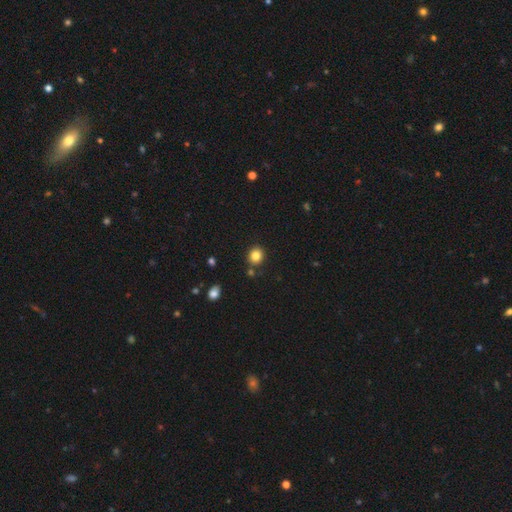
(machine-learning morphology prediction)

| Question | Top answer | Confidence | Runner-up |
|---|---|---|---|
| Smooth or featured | smooth | 83% | star or artifact (11%) |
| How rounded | round | 82% | in between (17%) |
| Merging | none | 84% | minor disturbance (8%) |